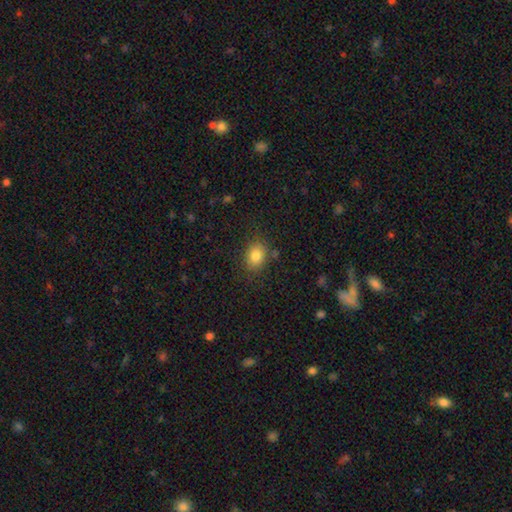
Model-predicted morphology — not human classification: Smooth or featured?
  - smooth: 83% *
  - star or artifact: 10%
  - featured or disk: 8%
How rounded?
  - in between: 64% *
  - round: 35%
  - cigar-shaped: 1%
Merging?
  - none: 81% *
  - minor disturbance: 13%
  - major disturbance: 4%
  - merger: 2%